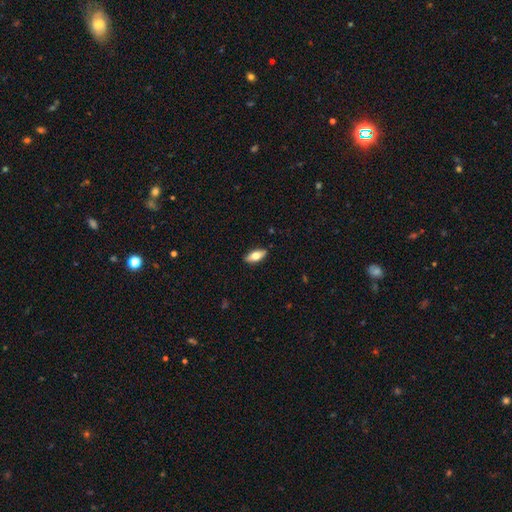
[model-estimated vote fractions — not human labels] A smooth galaxy with no disk features (63%) that is in between round and cigar-shaped (78%). Merging: none (88%).